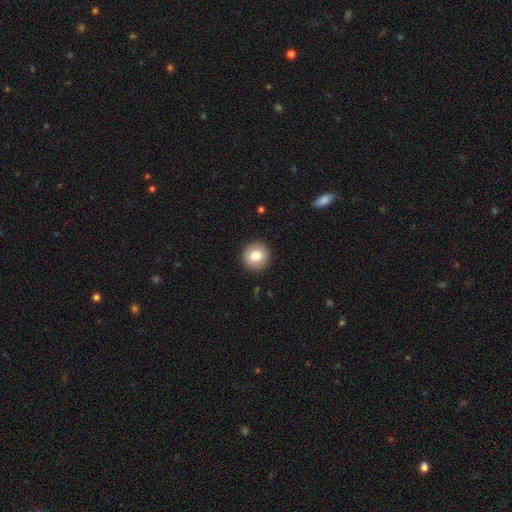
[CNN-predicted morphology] Overall: smooth (81%). How rounded: round (93%). Merging: none (92%).